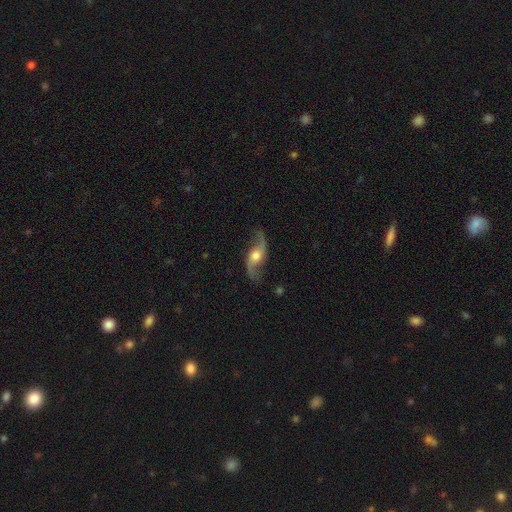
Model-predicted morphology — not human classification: type=featured or disk (86%); edge-on=no (92%); bar=no (63%); spiral arms=yes (96%); winding=loose (86%); arm count=2 (94%); bulge=moderate (64%); merging=none (77%).